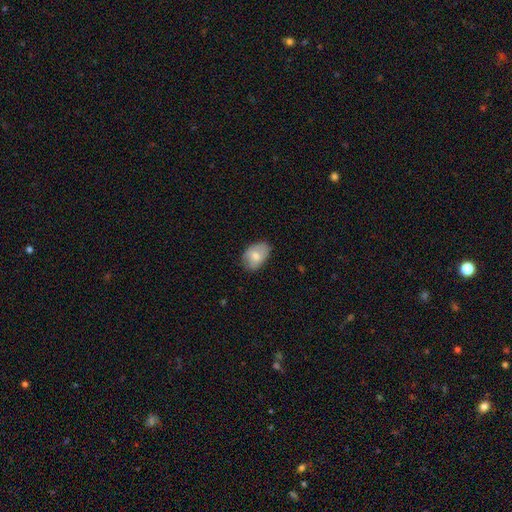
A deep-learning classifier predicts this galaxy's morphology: Overall: smooth (73%). How rounded: in between (85%). Merging: none (75%).